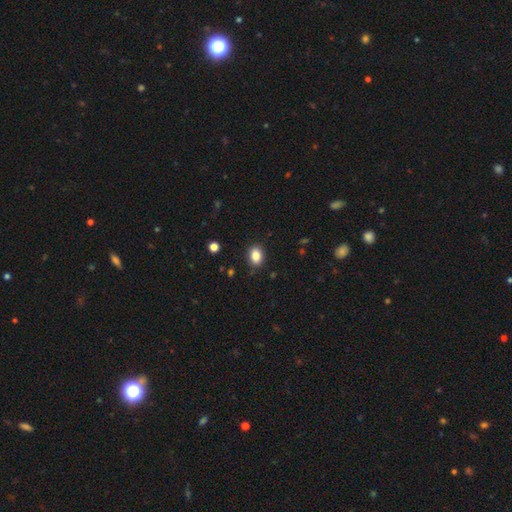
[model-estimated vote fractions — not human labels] A smooth galaxy with no disk features (86%) that is in between round and cigar-shaped (77%).

Vote fractions:
- Smooth or featured? smooth: 86% / star or artifact: 9% / featured or disk: 5%
- How rounded? in between: 77% / round: 22% / cigar-shaped: 1%
- Merging? none: 88% / minor disturbance: 9% / major disturbance: 2% / merger: 1%